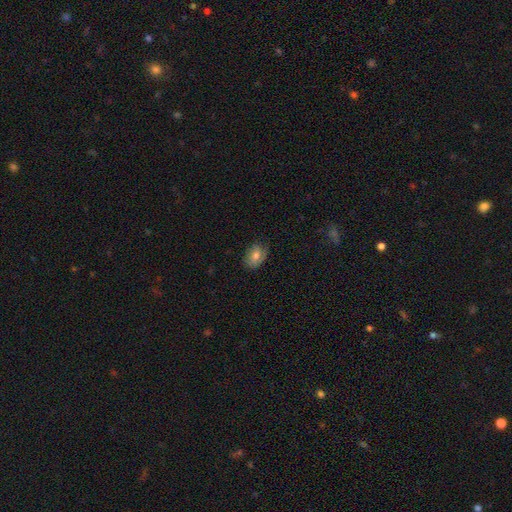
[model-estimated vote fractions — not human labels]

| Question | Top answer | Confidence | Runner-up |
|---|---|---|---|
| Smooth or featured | smooth | 62% | featured or disk (28%) |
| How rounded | in between | 72% | round (26%) |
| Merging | none | 71% | minor disturbance (22%) |